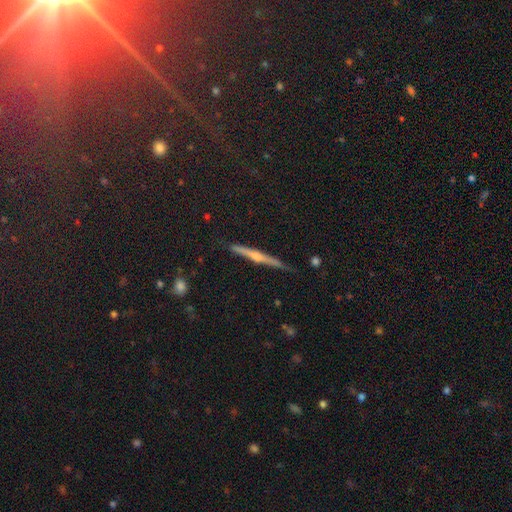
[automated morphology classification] type=featured or disk (70%); edge-on=yes (98%); edge-on bulge=rounded (81%); merging=none (86%).